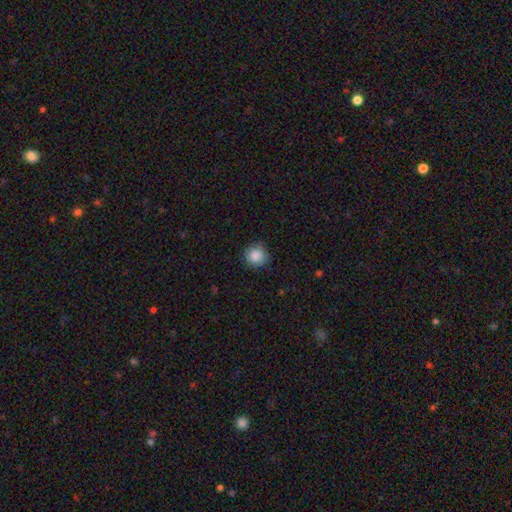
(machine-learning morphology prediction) type=smooth (87%); roundness=round (92%); merging=none (84%).